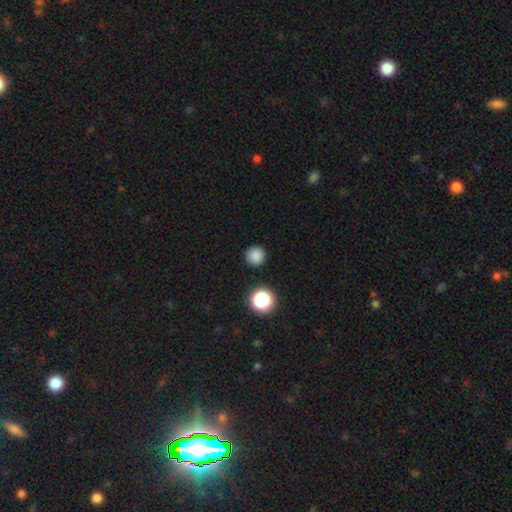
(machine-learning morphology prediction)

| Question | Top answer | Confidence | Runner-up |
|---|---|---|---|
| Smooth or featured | smooth | 84% | star or artifact (13%) |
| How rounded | round | 94% | in between (5%) |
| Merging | none | 89% | minor disturbance (7%) |